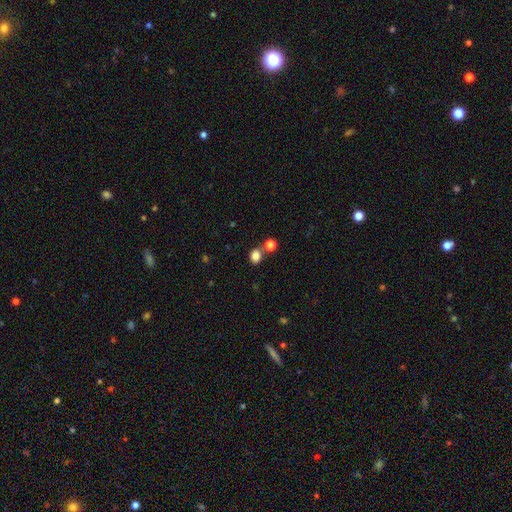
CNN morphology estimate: A smooth galaxy with no disk features (82%) that is round (62%).

Vote fractions:
- Smooth or featured? smooth: 82% / star or artifact: 13% / featured or disk: 5%
- How rounded? round: 62% / in between: 37% / cigar-shaped: 1%
- Merging? none: 65% / merger: 21% / minor disturbance: 10% / major disturbance: 4%